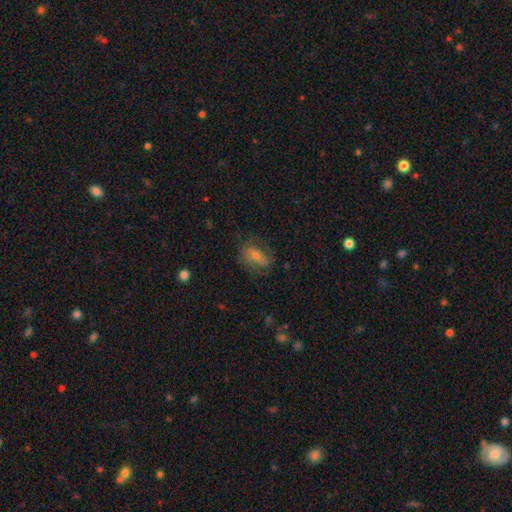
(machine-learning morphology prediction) Smooth or featured: smooth — 45% (featured or disk — 42%)
Merging: none — 69% (minor disturbance — 20%)